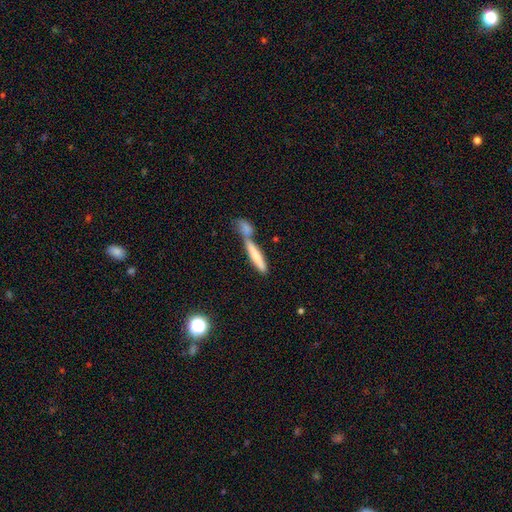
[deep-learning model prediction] Smooth or featured: smooth — 70% (featured or disk — 24%)
How rounded: cigar-shaped — 85% (in between — 13%)
Merging: merger — 49% (none — 37%)